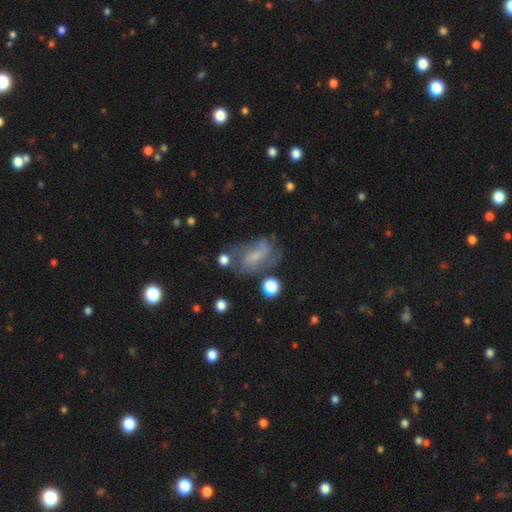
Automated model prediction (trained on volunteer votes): A featured or disk galaxy (56%) with a weak bar (43%), spiral arms (75%) and a small central bulge (45%).

Vote fractions:
- Smooth or featured? featured or disk: 56% / smooth: 33% / star or artifact: 12%
- Edge-on disk? no: 94% / yes: 6%
- Bar? weak: 43% / no: 42% / strong: 15%
- Spiral arms? yes: 75% / no: 25%
- Bulge size? small: 45% / none: 29% / moderate: 21% / large: 3% / dominant: 1%
- Merging? none: 48% / minor disturbance: 24% / major disturbance: 21% / merger: 8%